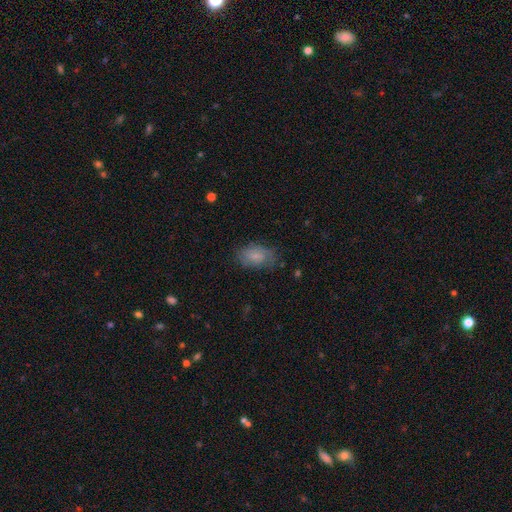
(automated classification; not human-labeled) This is possibly a smooth galaxy (58%). How rounded: clearly in between (88%). Merging: likely none (66%).